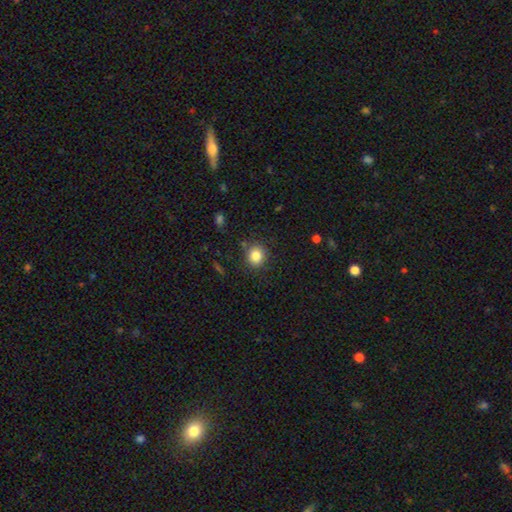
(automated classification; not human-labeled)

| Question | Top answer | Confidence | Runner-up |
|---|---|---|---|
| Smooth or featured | smooth | 84% | star or artifact (10%) |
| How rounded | round | 77% | in between (22%) |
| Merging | none | 86% | minor disturbance (9%) |